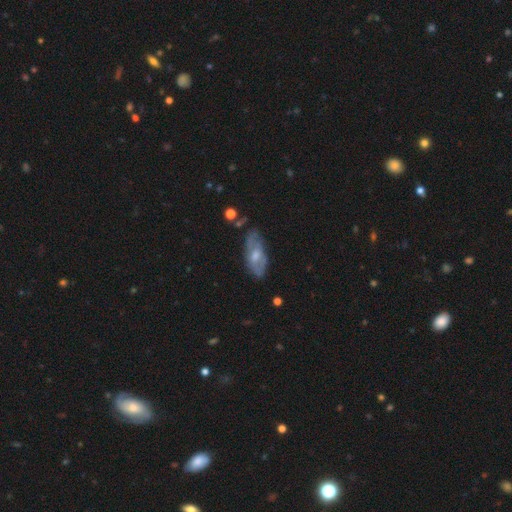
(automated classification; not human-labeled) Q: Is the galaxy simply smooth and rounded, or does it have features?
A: featured or disk — 56%.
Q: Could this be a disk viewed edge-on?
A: no — 83%.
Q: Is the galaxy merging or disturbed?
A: none — 64%.